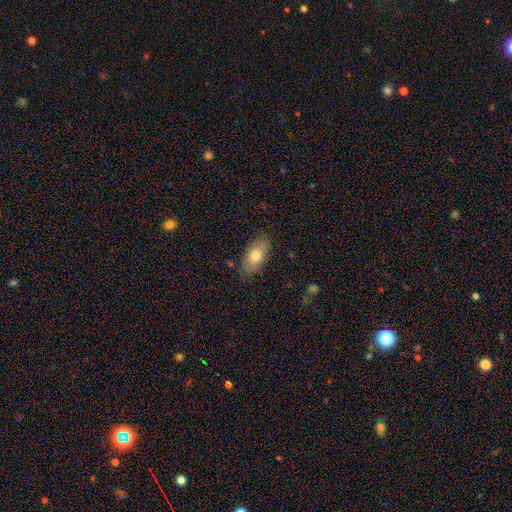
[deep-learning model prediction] Morphology: type=smooth (75%); roundness=in between (89%); merging=none (83%).